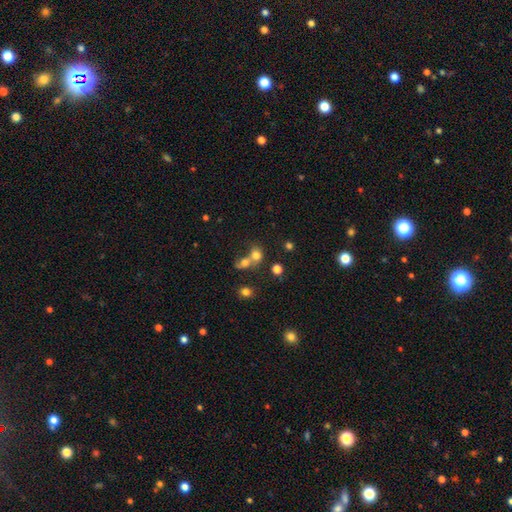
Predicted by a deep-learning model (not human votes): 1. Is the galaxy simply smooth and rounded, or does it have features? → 73% smooth, 15% star or artifact, 12% featured or disk.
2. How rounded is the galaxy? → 66% round, 33% in between, 1% cigar-shaped.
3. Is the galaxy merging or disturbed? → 55% merger, 33% none, 7% minor disturbance, 5% major disturbance.